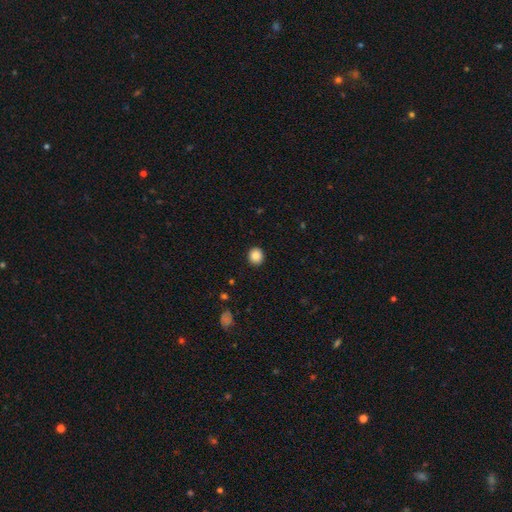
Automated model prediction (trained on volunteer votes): smooth-or-featured: smooth: 86% | star or artifact: 9% | featured or disk: 4%
  how-rounded: round: 87% | in between: 12% | cigar-shaped: 1%
  merging: none: 92% | minor disturbance: 5% | major disturbance: 2% | merger: 1%